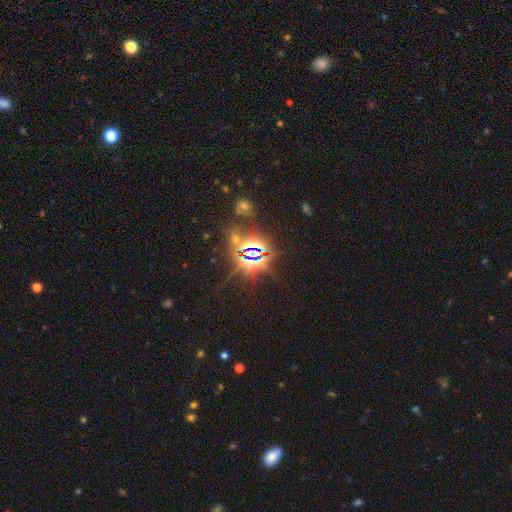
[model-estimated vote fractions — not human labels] This appears to be a star or artifact, not a galaxy (80%).